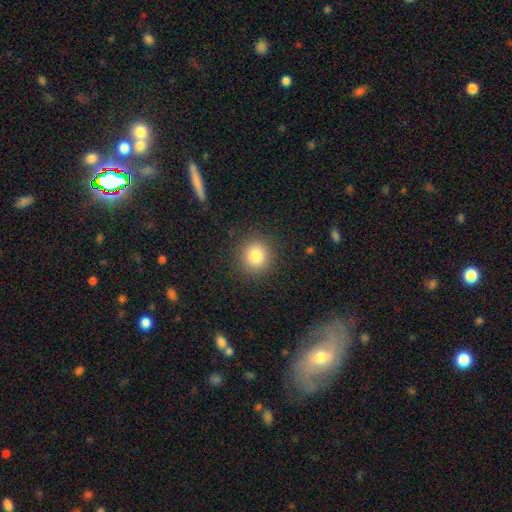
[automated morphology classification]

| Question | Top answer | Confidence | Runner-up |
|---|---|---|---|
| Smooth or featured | smooth | 82% | star or artifact (11%) |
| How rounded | round | 91% | in between (8%) |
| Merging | none | 89% | minor disturbance (7%) |